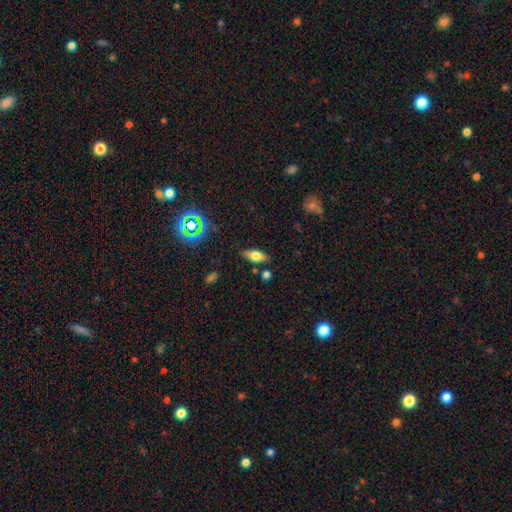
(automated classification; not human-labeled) A smooth galaxy with no disk features (62%) that is in between round and cigar-shaped (79%).

Vote fractions:
- Smooth or featured? smooth: 62% / featured or disk: 28% / star or artifact: 10%
- How rounded? in between: 79% / cigar-shaped: 17% / round: 4%
- Merging? none: 81% / minor disturbance: 12% / merger: 3% / major disturbance: 3%